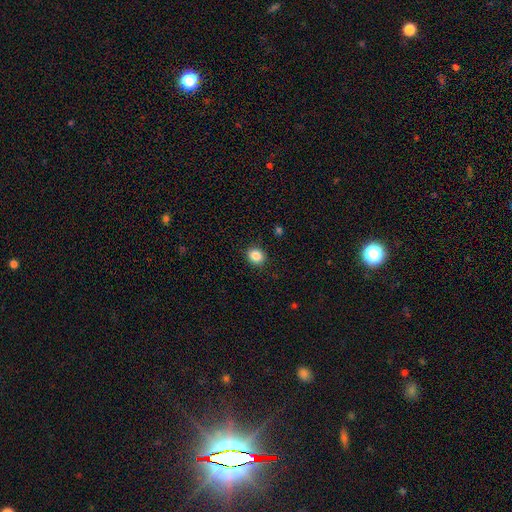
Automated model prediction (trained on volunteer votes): Morphology: type=smooth (86%); roundness=round (73%); merging=none (89%).